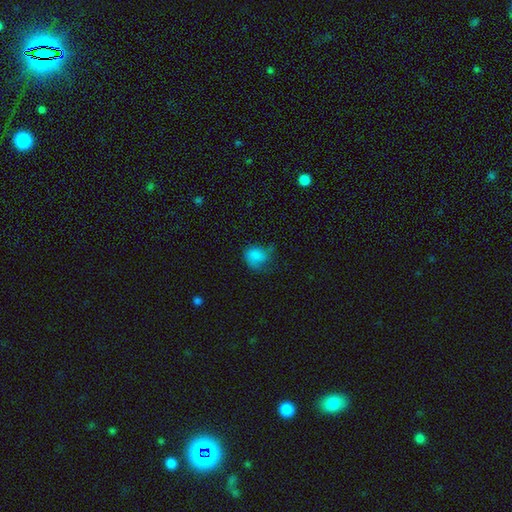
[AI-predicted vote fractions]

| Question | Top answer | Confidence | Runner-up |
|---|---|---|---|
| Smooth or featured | smooth | 75% | featured or disk (15%) |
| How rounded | round | 53% | in between (46%) |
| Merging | none | 40% | minor disturbance (33%) |